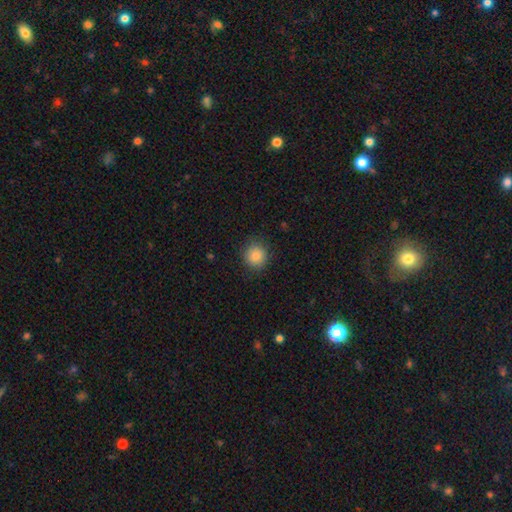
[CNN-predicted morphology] Smooth or featured? smooth (85%)
How rounded? round (91%)
Merging? none (88%)